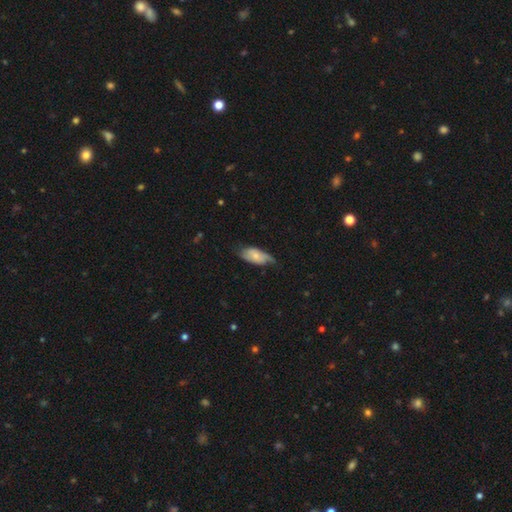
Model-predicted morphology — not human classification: Smooth or featured: smooth — 60% (featured or disk — 34%)
How rounded: in between — 89% (cigar-shaped — 8%)
Merging: none — 48% (minor disturbance — 38%)